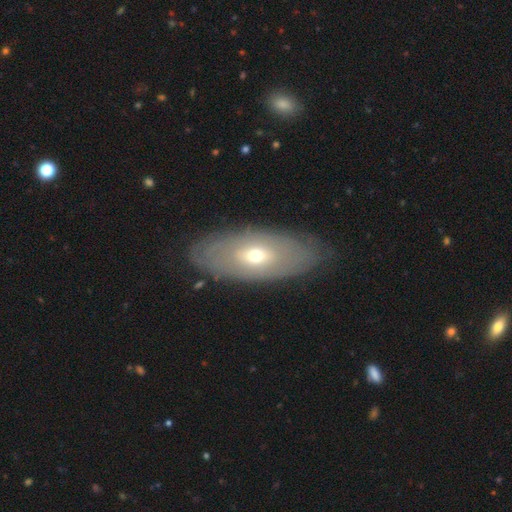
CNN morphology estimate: This appears to be a featured or disk galaxy (52%). Merging: none (80%).